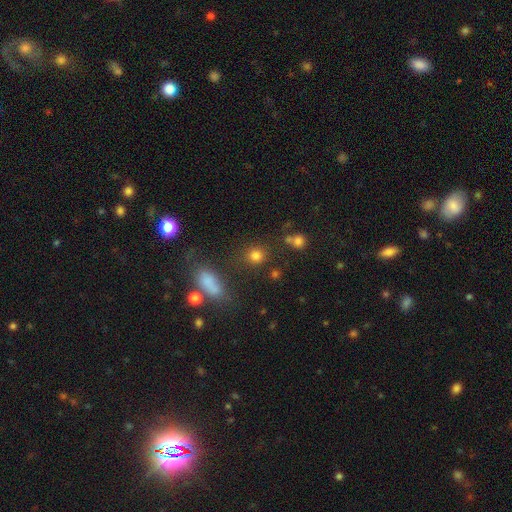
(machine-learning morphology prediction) Smooth or featured? smooth (78%)
How rounded? round (83%)
Merging? none (76%)